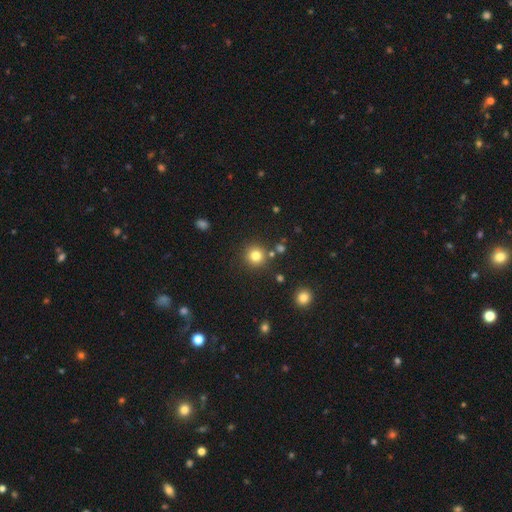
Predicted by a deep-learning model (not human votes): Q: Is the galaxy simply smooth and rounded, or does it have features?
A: smooth — 80%.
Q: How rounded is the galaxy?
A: round — 94%.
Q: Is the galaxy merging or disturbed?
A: none — 86%.